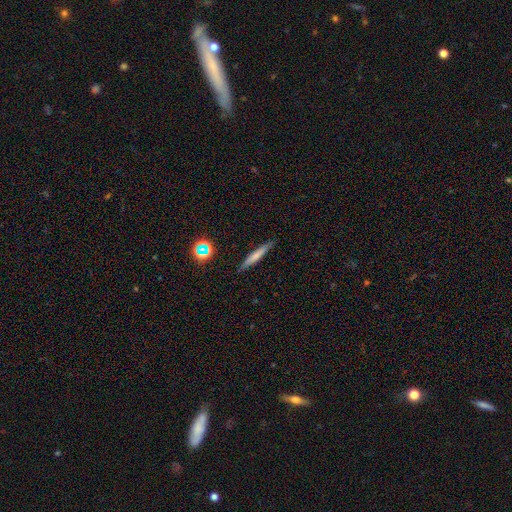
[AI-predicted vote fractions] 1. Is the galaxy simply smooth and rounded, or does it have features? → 63% smooth, 28% featured or disk, 9% star or artifact.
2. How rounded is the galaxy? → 93% cigar-shaped, 5% in between, 2% round.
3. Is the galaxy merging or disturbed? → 87% none, 10% minor disturbance, 2% major disturbance, 1% merger.